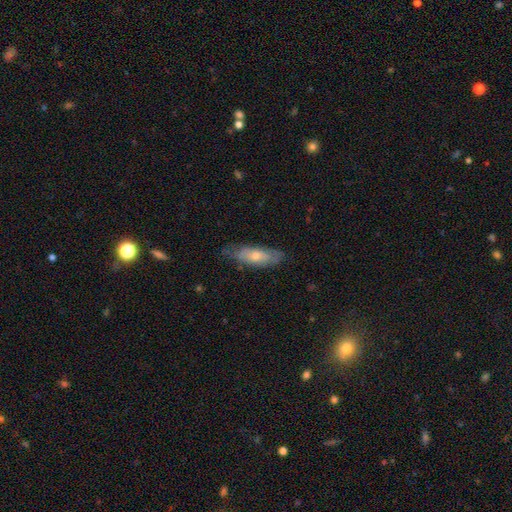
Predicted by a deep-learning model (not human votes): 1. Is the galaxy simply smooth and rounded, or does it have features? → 49% smooth, 45% featured or disk, 7% star or artifact.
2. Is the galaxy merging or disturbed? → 72% none, 22% minor disturbance, 4% major disturbance, 1% merger.